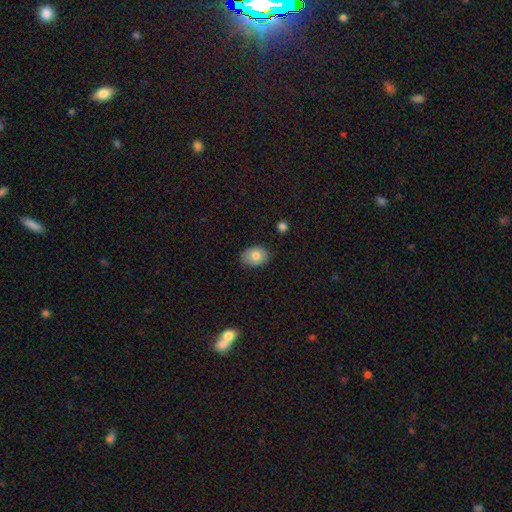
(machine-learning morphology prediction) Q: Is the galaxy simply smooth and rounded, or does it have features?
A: smooth — 78%.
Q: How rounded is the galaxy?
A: in between — 74%.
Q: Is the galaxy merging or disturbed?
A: none — 84%.